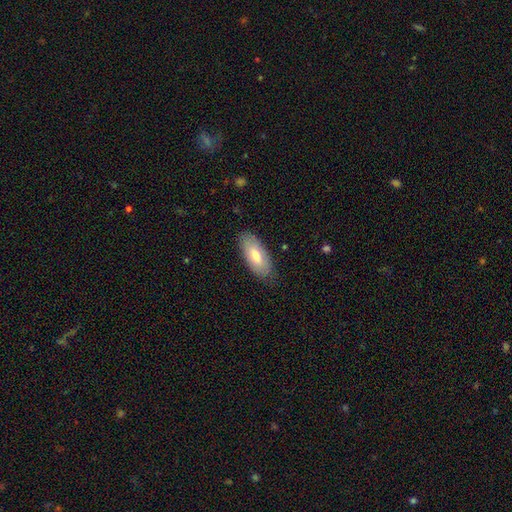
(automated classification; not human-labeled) smooth 71%, featured or disk 23%, star or artifact 6%. Down the decision tree: how rounded — in between (86%); merging — none (82%).